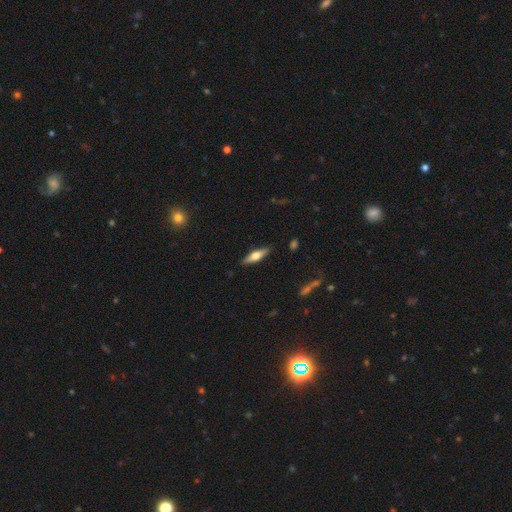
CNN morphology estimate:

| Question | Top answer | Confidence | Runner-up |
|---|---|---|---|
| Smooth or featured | featured or disk | 49% | smooth (45%) |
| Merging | none | 88% | minor disturbance (9%) |